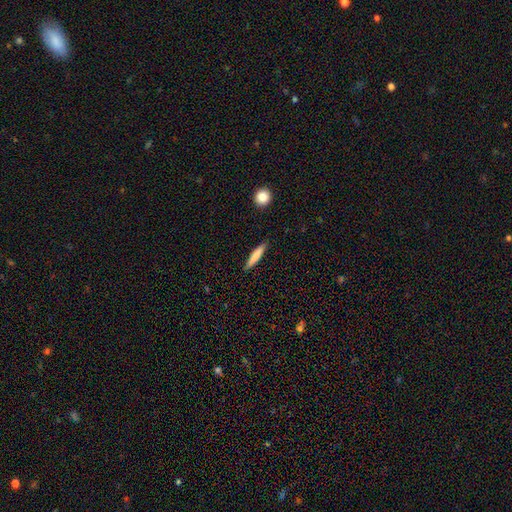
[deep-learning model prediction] This is likely a smooth galaxy (74%). How rounded: clearly cigar-shaped (90%). Merging: clearly none (89%).